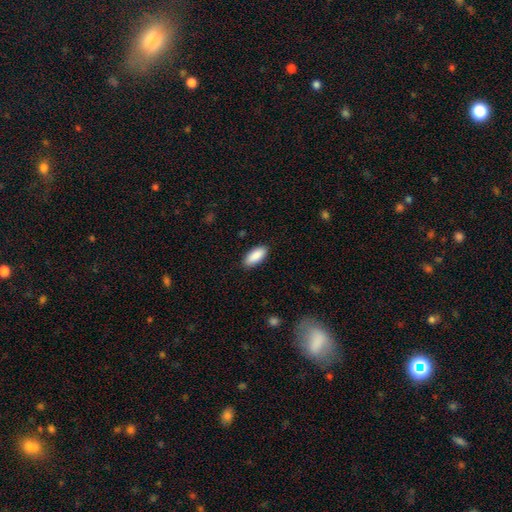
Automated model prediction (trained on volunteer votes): This is clearly a smooth galaxy (90%). How rounded: clearly in between (88%). Merging: clearly none (88%).